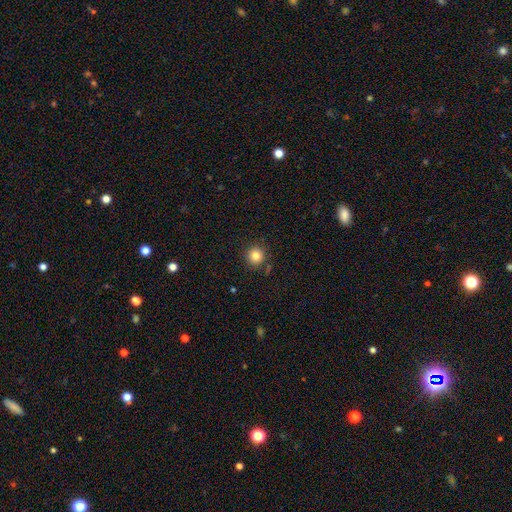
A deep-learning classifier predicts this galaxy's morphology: Smooth or featured? smooth (83%)
How rounded? round (94%)
Merging? none (88%)